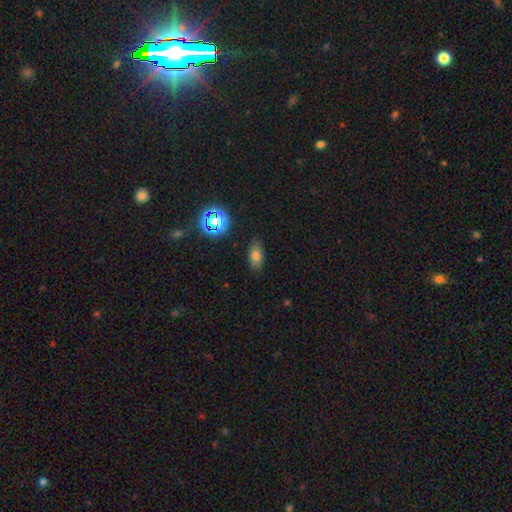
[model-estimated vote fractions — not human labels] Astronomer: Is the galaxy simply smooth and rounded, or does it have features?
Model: smooth — 73%.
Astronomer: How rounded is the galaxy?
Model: in between — 87%.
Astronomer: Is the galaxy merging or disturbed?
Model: none — 84%.